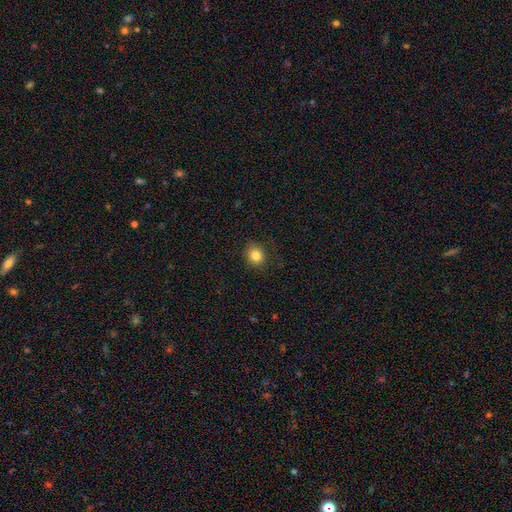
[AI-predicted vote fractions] Smooth or featured? Predicted: smooth (p=0.83). How rounded? Predicted: round (p=0.80). Merging? Predicted: none (p=0.85).